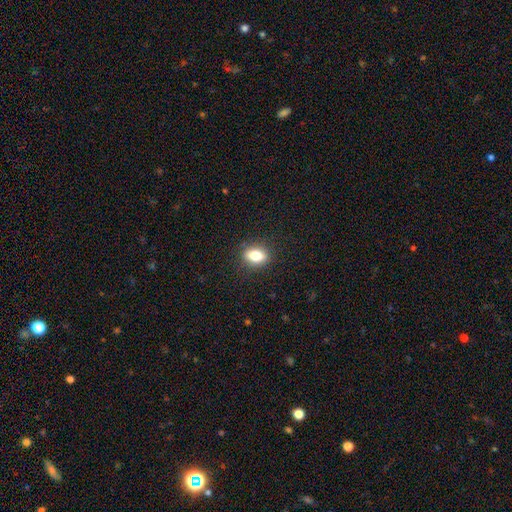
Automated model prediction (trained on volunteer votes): smooth_or_featured: smooth (p=0.82) [alt: star or artifact p=0.09]
how_rounded: in between (p=0.72) [alt: round p=0.26]
merging: none (p=0.88) [alt: minor disturbance p=0.09]